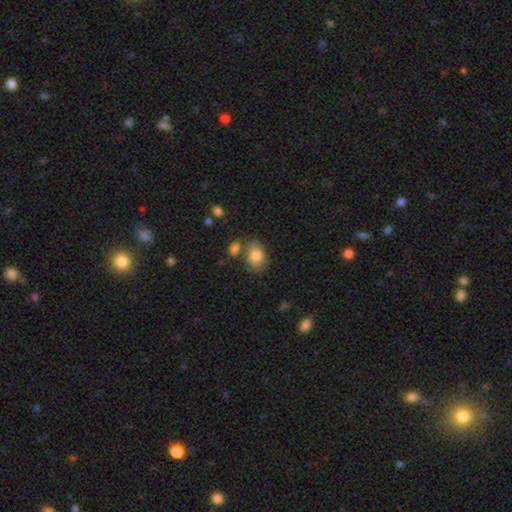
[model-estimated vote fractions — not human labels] smooth-or-featured: smooth: 82% | featured or disk: 10% | star or artifact: 8%
  how-rounded: in between: 67% | round: 32% | cigar-shaped: 1%
  merging: none: 60% | merger: 18% | minor disturbance: 17% | major disturbance: 5%